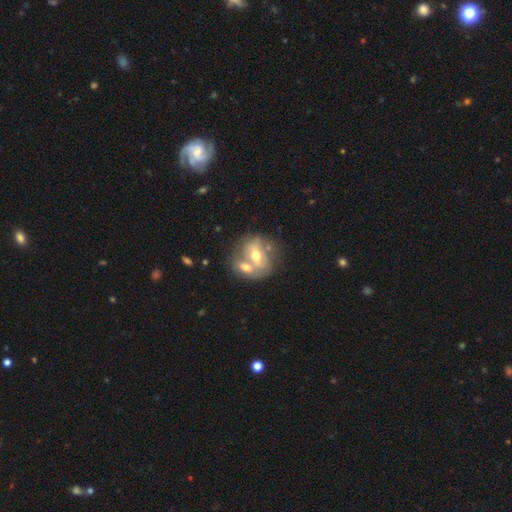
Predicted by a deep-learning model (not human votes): The model was most divided on "smooth or featured": featured or disk: 52%, smooth: 40%, star or artifact: 8%. More confident: edge-on disk — no (91%); merging — merger (52%).